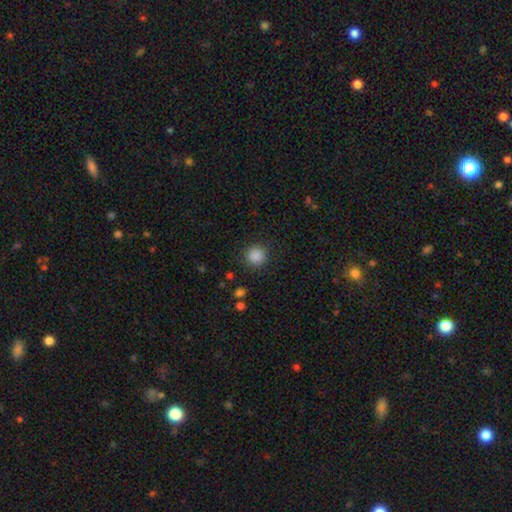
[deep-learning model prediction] Smooth or featured: smooth — 87% (star or artifact — 10%)
How rounded: round — 93% (in between — 6%)
Merging: none — 89% (minor disturbance — 7%)